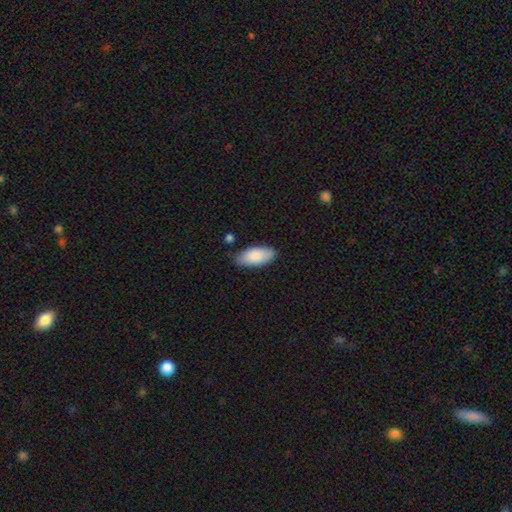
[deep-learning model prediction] A smooth galaxy with no disk features (88%) that is in between round and cigar-shaped (91%). Merging: none (80%).